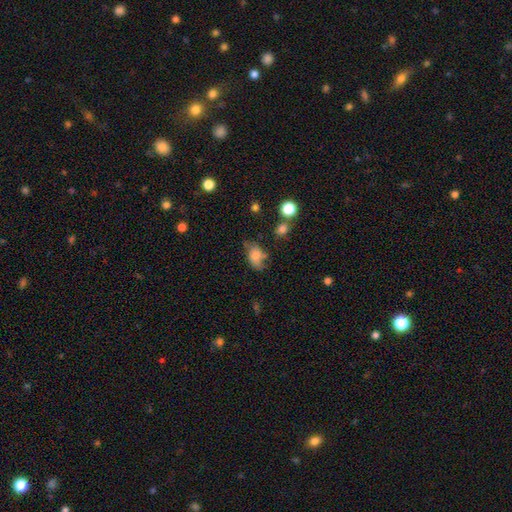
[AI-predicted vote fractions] A smooth galaxy with no disk features (73%) that is in between round and cigar-shaped (83%).

Vote fractions:
- Smooth or featured? smooth: 73% / featured or disk: 16% / star or artifact: 11%
- How rounded? in between: 83% / round: 15% / cigar-shaped: 3%
- Merging? none: 45% / minor disturbance: 32% / major disturbance: 16% / merger: 8%